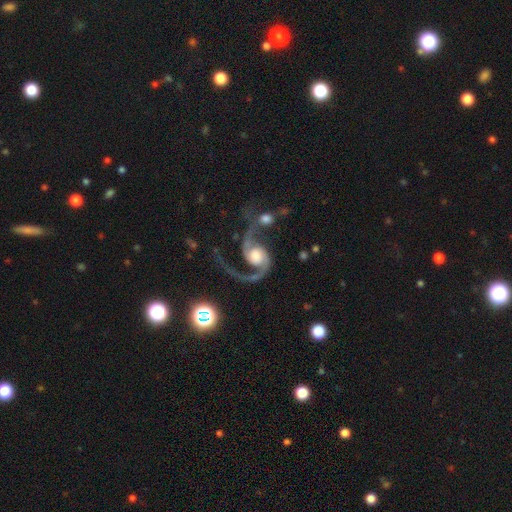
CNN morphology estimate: A featured or disk galaxy (90%) with no bar (66%), 2 (89%) loose (54%) spiral arms (97%) and a large central bulge (42%).

Vote fractions:
- Smooth or featured? featured or disk: 90% / smooth: 5% / star or artifact: 5%
- Edge-on disk? no: 98% / yes: 2%
- Bar? no: 66% / weak: 26% / strong: 8%
- Spiral arms? yes: 97% / no: 3%
- Spiral winding? loose: 54% / medium: 38% / tight: 8%
- Spiral arm count? 2: 89% / 1: 7% / can't tell: 1% / 3: 1% / 4: 1% / more than 4: 1%
- Bulge size? large: 42% / moderate: 37% / small: 10% / dominant: 6% / none: 5%
- Merging? none: 45% / major disturbance: 21% / merger: 19% / minor disturbance: 16%